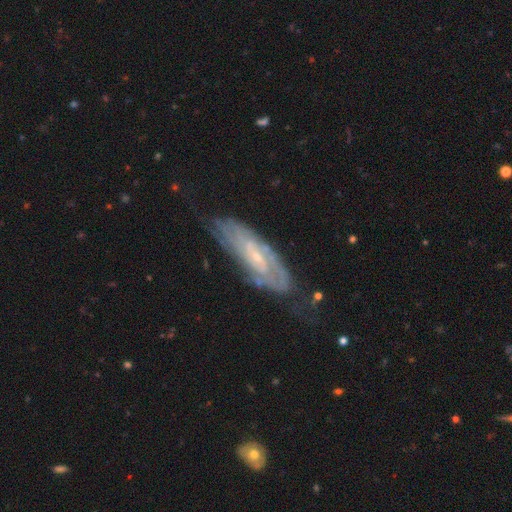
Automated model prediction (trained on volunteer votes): This appears to be a featured or disk galaxy (76%) with no bar (48%), tight (61%) spiral arms (85%) and a small central bulge (77%). Merging: none (68%).